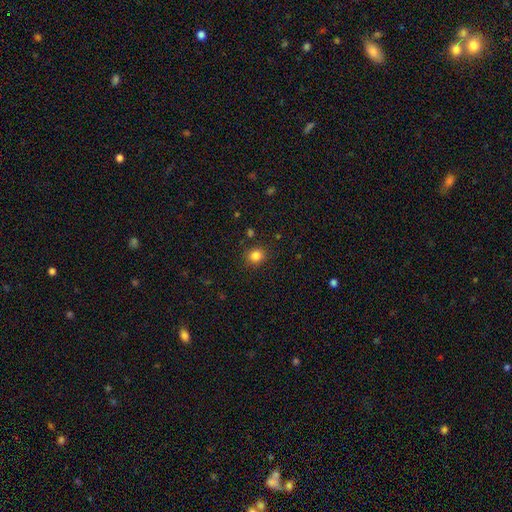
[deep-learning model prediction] smooth_or_featured: smooth (p=0.83) [alt: star or artifact p=0.12]
how_rounded: round (p=0.79) [alt: in between p=0.21]
merging: none (p=0.88) [alt: minor disturbance p=0.08]